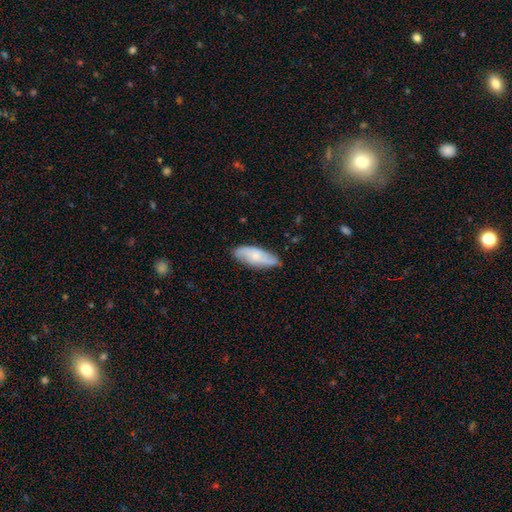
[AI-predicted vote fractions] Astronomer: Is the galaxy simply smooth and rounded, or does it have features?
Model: smooth — 57% (runner-up: featured or disk, 36%).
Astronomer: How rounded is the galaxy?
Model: in between — 74%.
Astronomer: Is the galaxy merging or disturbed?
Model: none — 76%.